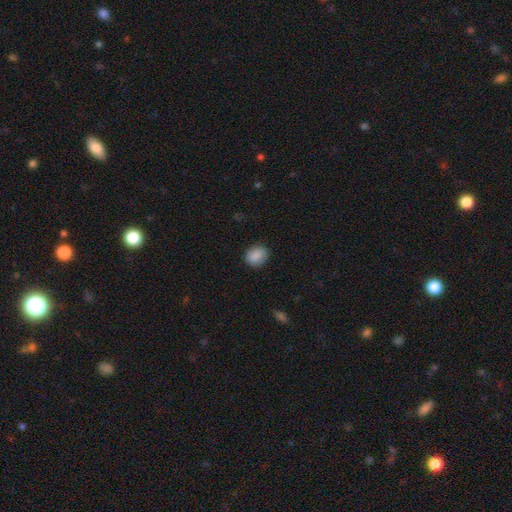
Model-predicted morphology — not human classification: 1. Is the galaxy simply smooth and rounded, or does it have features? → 87% smooth, 8% star or artifact, 5% featured or disk.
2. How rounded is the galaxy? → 53% round, 46% in between, 1% cigar-shaped.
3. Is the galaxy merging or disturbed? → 84% none, 12% minor disturbance, 3% major disturbance, 1% merger.